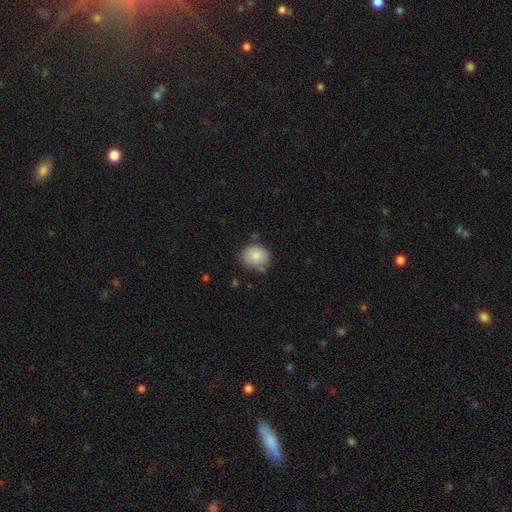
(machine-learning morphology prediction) This appears to be a smooth galaxy with no disk features (84%) that is round (66%). Merging: none (66%).